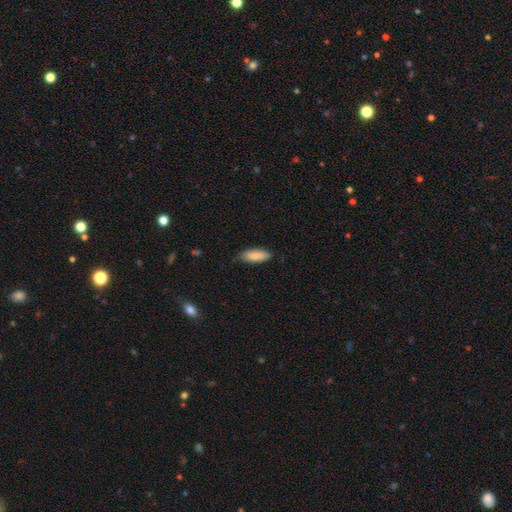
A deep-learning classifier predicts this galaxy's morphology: smooth-or-featured: smooth: 87% | featured or disk: 7% | star or artifact: 6%
  how-rounded: in between: 73% | cigar-shaped: 25% | round: 2%
  merging: none: 79% | minor disturbance: 17% | major disturbance: 2% | merger: 1%